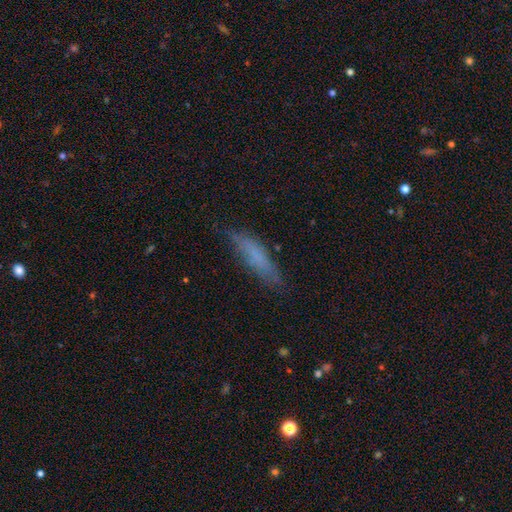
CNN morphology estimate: Smooth or featured? Predicted: smooth (p=0.64). How rounded? Predicted: cigar-shaped (p=0.76). Merging? Predicted: none (p=0.69).